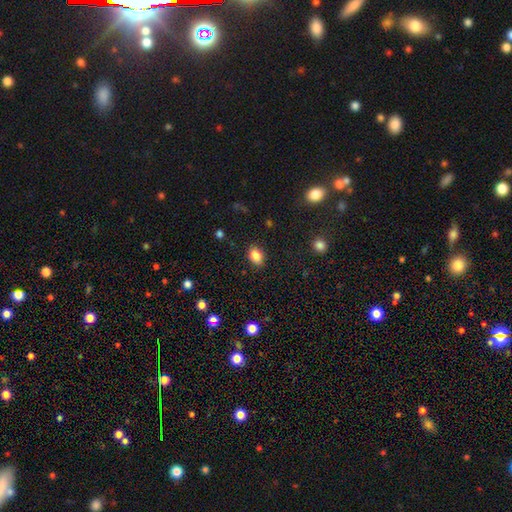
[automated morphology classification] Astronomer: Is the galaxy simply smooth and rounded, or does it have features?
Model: smooth — 86%.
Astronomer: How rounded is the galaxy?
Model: in between — 77%.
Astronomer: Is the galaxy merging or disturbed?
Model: none — 86%.